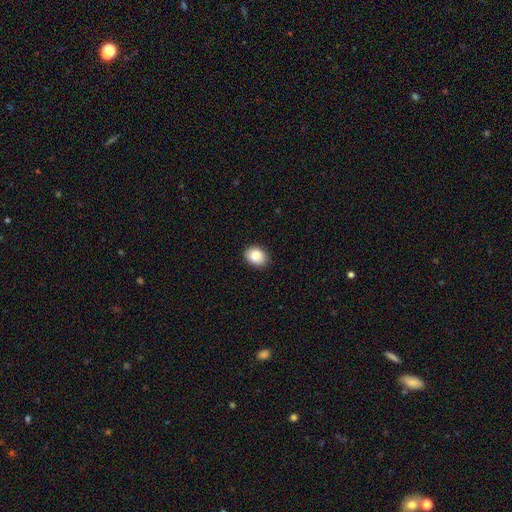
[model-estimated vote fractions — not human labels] Smooth or featured: smooth — 88% (star or artifact — 8%)
How rounded: in between — 61% (round — 38%)
Merging: none — 89% (minor disturbance — 9%)